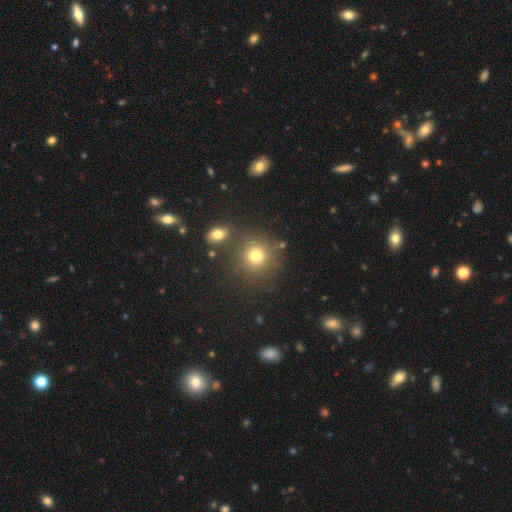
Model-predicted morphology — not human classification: smooth-or-featured: smooth: 76% | star or artifact: 14% | featured or disk: 10%
  how-rounded: round: 90% | in between: 9% | cigar-shaped: 1%
  merging: none: 76% | merger: 11% | minor disturbance: 9% | major disturbance: 4%